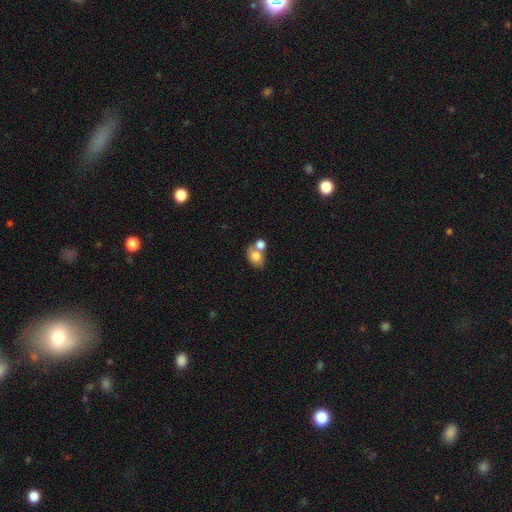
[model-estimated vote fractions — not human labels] smooth_or_featured: smooth (p=0.75) [alt: featured or disk p=0.16]
how_rounded: in between (p=0.62) [alt: round p=0.37]
merging: merger (p=0.50) [alt: none p=0.36]